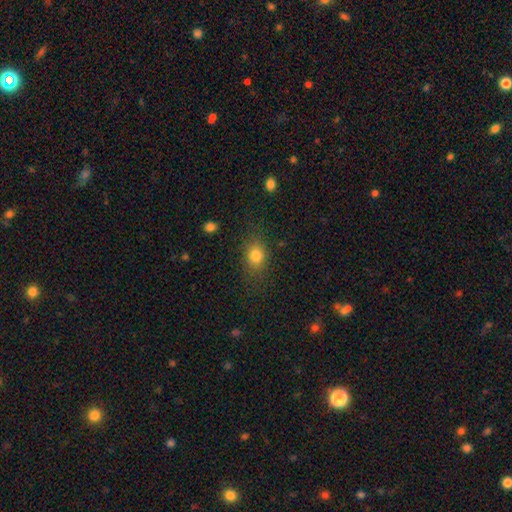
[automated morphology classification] type=smooth (81%); roundness=in between (56%); merging=none (78%).